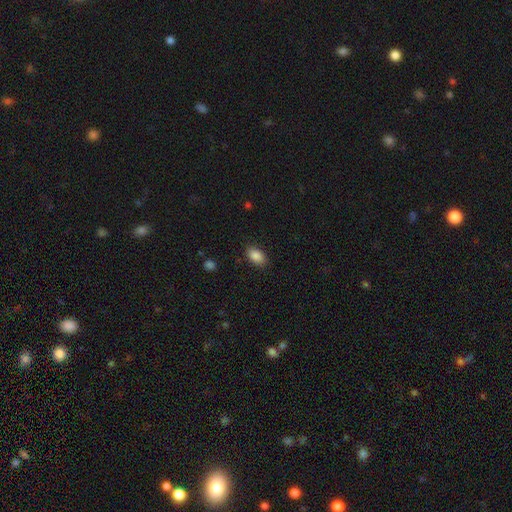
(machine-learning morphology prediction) The model was most divided on "merging": none: 86%, minor disturbance: 10%, major disturbance: 3%, merger: 1%. More confident: how rounded — in between (91%); smooth or featured — smooth (88%).